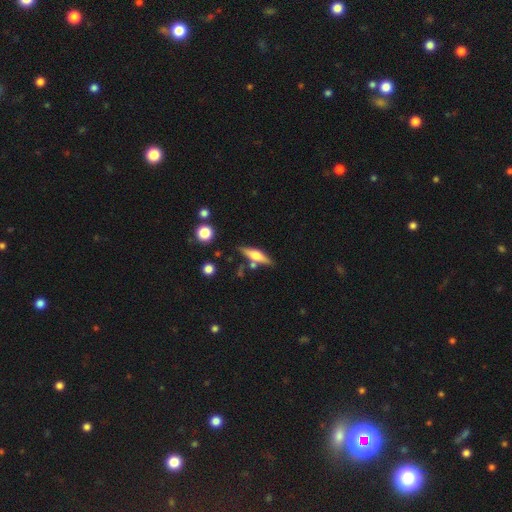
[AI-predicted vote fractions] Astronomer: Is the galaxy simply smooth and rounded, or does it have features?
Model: featured or disk — 52% (runner-up: smooth, 41%).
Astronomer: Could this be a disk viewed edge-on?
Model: yes — 93%.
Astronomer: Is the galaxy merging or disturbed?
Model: none — 75%.